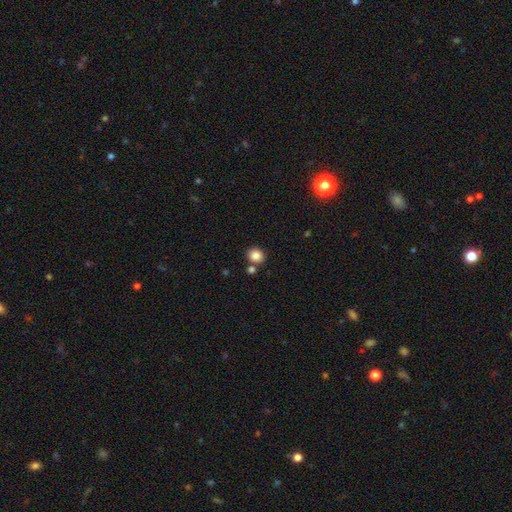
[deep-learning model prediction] Smooth or featured? smooth (84%)
How rounded? round (73%)
Merging? none (75%)